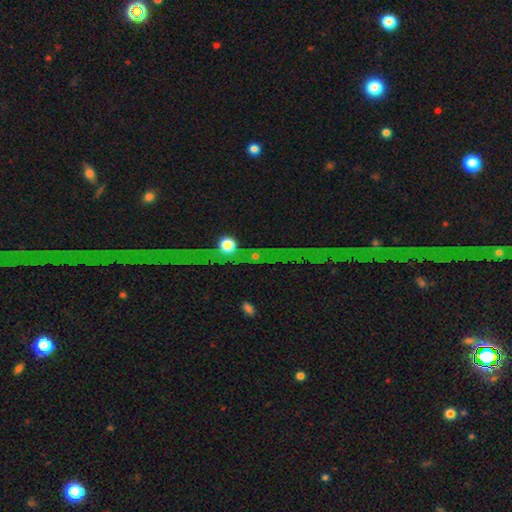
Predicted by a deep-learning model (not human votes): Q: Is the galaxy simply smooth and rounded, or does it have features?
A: star or artifact — 80%.